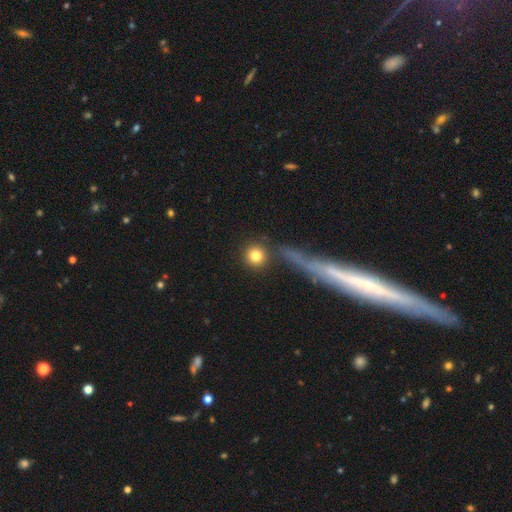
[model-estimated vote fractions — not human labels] Smooth or featured? Predicted: smooth (p=0.81). How rounded? Predicted: round (p=0.94). Merging? Predicted: none (p=0.81).